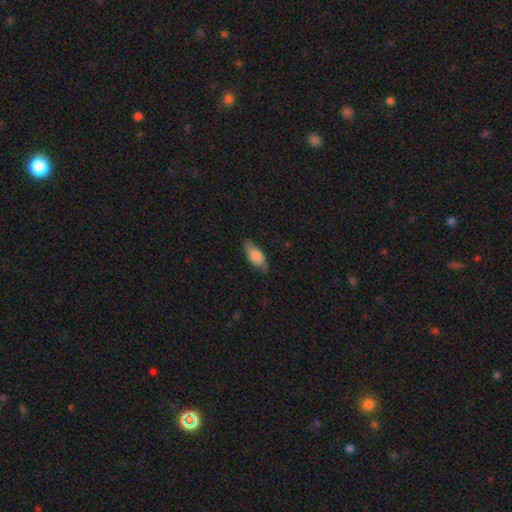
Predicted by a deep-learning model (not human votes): Overall: smooth (72%). How rounded: in between (82%). Merging: none (72%).